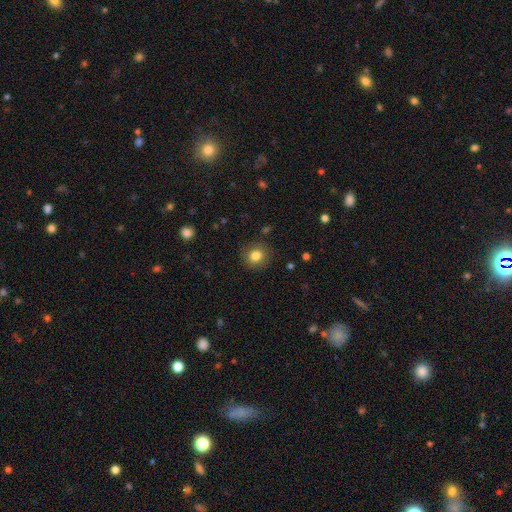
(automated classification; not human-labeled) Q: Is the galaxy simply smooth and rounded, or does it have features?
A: smooth — 82%.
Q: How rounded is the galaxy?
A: round — 85%.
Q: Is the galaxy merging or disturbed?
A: none — 88%.